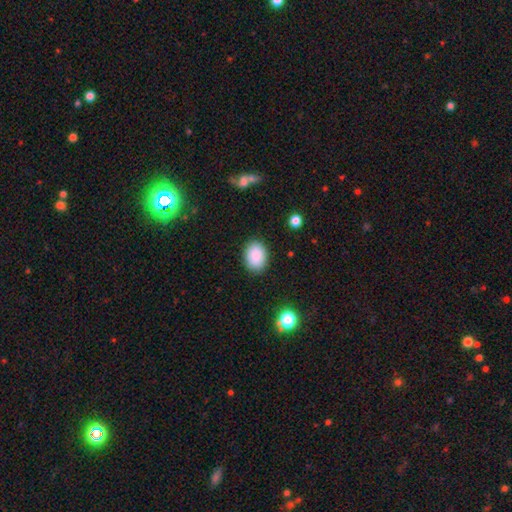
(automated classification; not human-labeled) smooth 88%, star or artifact 8%, featured or disk 4%. Down the decision tree: how rounded — in between (73%); merging — none (87%).